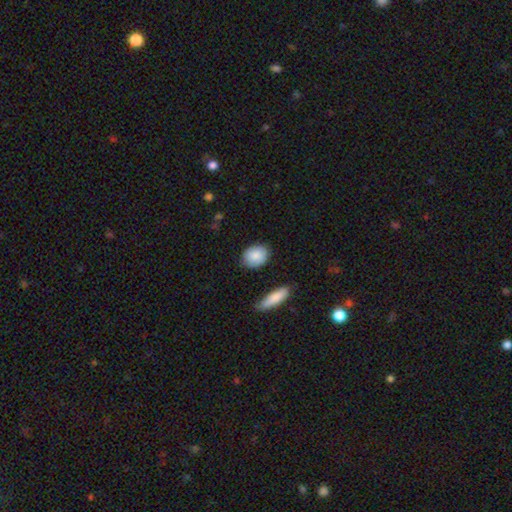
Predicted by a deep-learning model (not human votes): This is clearly a smooth galaxy (86%). How rounded: possibly in between (57%). Merging: clearly none (81%).